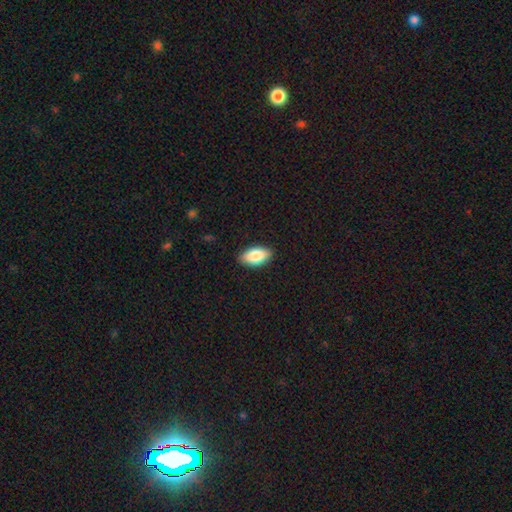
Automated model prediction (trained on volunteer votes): A smooth galaxy with no disk features (86%) that is in between round and cigar-shaped (94%). Merging: none (88%).